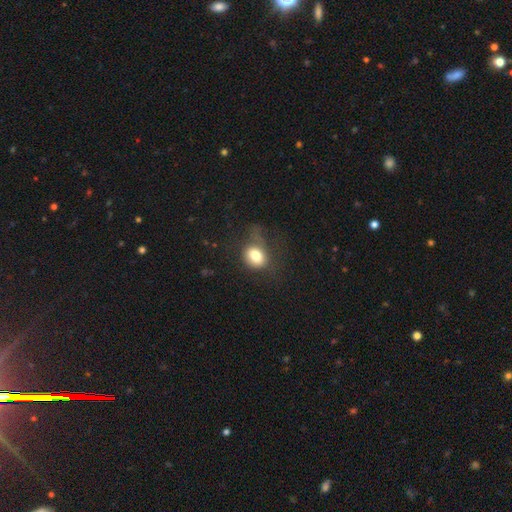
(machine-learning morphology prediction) type=smooth (77%); roundness=in between (50%); merging=none (46%).